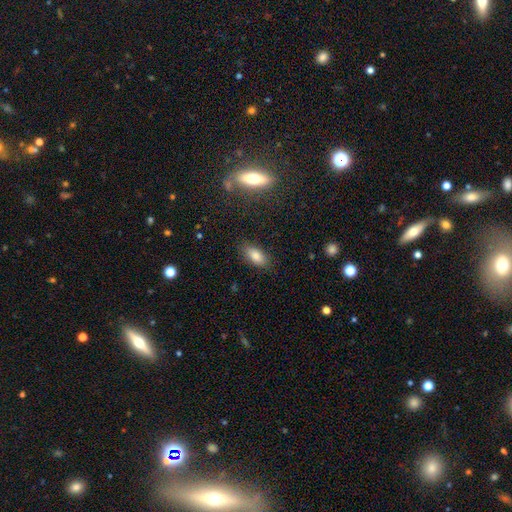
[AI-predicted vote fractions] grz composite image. It shows a smooth galaxy with no disk features (82%) that is in between round and cigar-shaped (87%). Merging: none (83%).